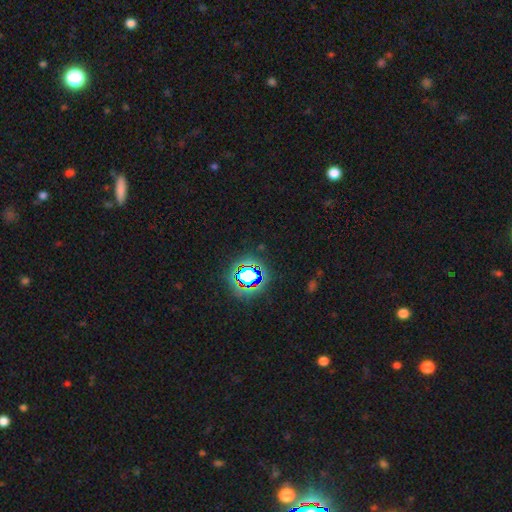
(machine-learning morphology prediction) The model was most divided on "smooth or featured": star or artifact: 79%, smooth: 14%, featured or disk: 7%.